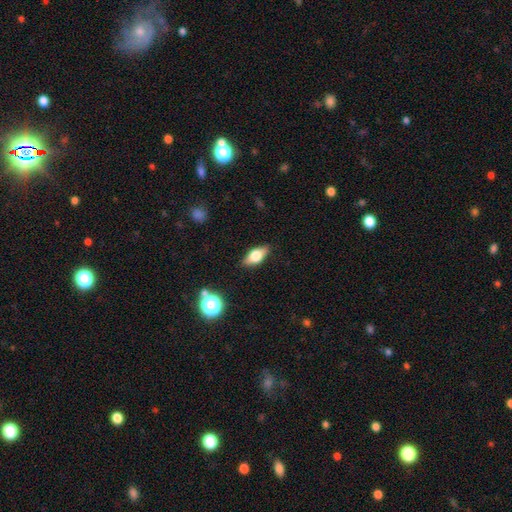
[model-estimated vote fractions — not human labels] This is likely a smooth galaxy (60%). How rounded: likely in between (79%). Merging: clearly none (85%).